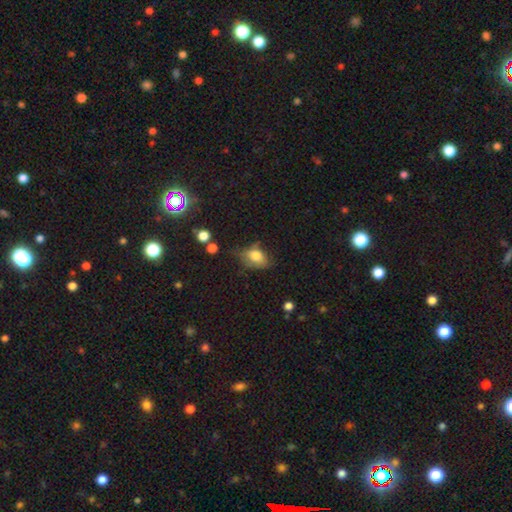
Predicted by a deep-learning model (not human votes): This is likely a smooth galaxy (74%). How rounded: likely in between (78%). Merging: marginally none (40%).